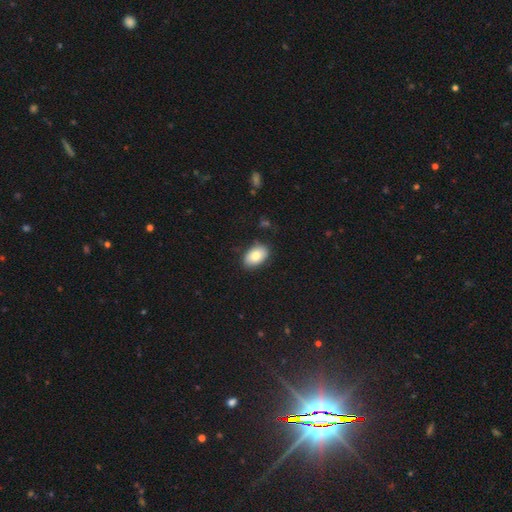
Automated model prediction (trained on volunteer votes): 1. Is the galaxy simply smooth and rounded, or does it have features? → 80% smooth, 13% featured or disk, 7% star or artifact.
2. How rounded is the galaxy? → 90% in between, 9% round, 1% cigar-shaped.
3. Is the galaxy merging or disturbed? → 84% none, 12% minor disturbance, 3% major disturbance, 1% merger.